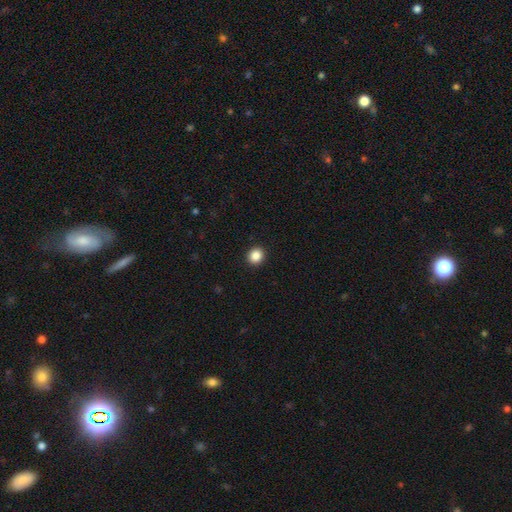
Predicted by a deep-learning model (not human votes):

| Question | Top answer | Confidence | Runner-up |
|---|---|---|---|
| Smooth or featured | smooth | 87% | star or artifact (10%) |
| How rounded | round | 85% | in between (14%) |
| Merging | none | 93% | minor disturbance (5%) |